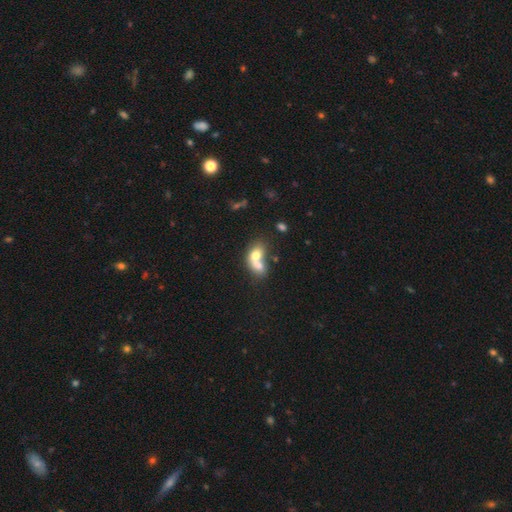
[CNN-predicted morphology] smooth 68%, featured or disk 23%, star or artifact 9%. Down the decision tree: how rounded — in between (69%); merging — merger (76%).